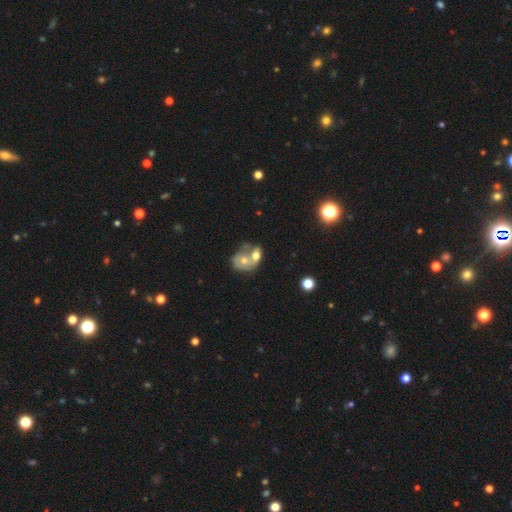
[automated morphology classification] The model was most divided on "smooth or featured": smooth: 53%, featured or disk: 38%, star or artifact: 9%. More confident: merging — merger (73%); how rounded — in between (62%).